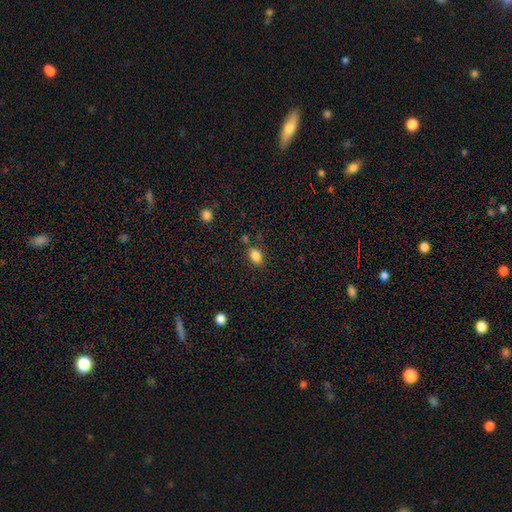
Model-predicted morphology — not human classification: Smooth or featured: smooth — 85% (star or artifact — 10%)
How rounded: in between — 80% (round — 19%)
Merging: none — 77% (minor disturbance — 12%)